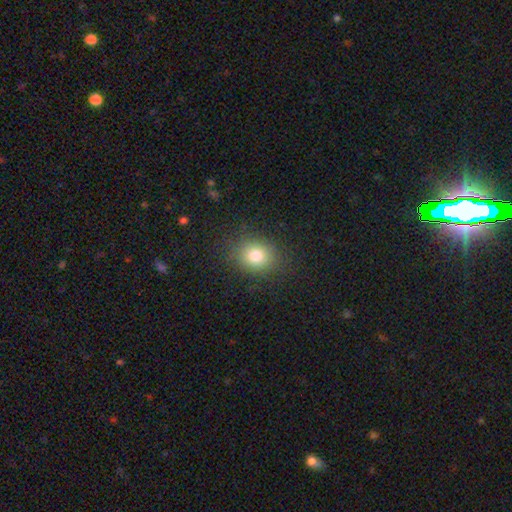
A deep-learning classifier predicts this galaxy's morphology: smooth-or-featured: smooth: 78% | star or artifact: 14% | featured or disk: 8%
  how-rounded: round: 66% | in between: 33% | cigar-shaped: 1%
  merging: none: 85% | minor disturbance: 10% | major disturbance: 4% | merger: 1%